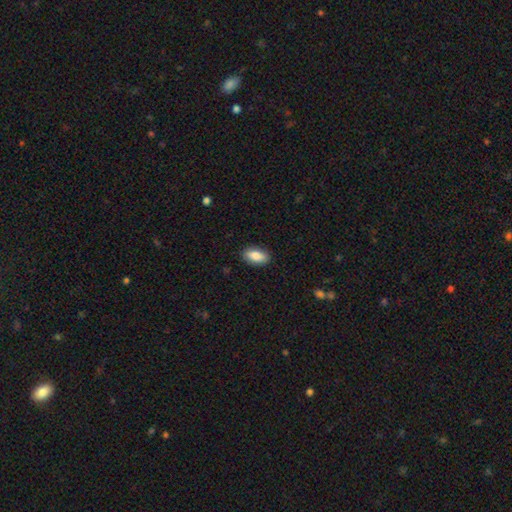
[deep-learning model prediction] This appears to be a smooth galaxy with no disk features (85%) that is in between round and cigar-shaped (90%). Merging: none (88%).